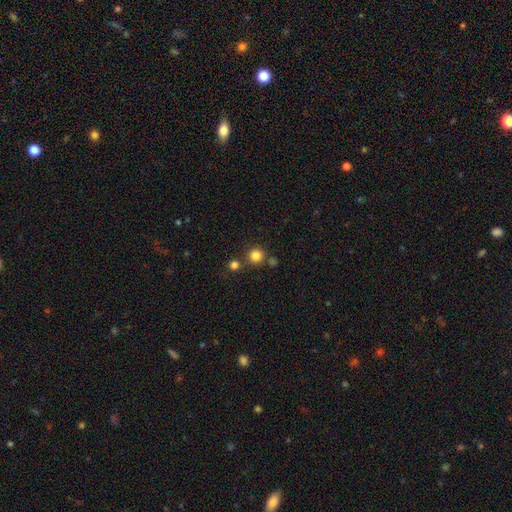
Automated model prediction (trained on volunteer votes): This is clearly a smooth galaxy (81%). How rounded: clearly round (94%). Merging: likely none (77%).